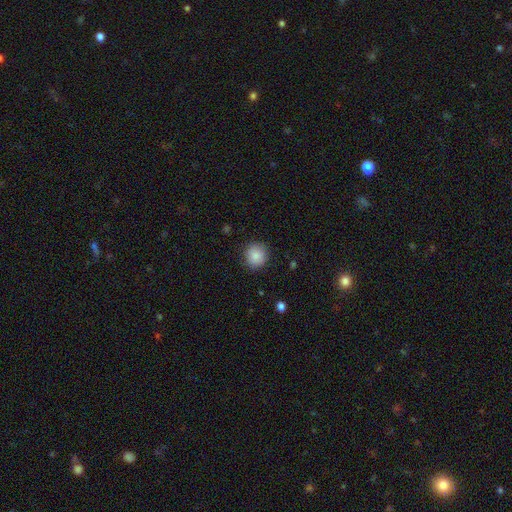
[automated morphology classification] A smooth galaxy with no disk features (87%) that is round (90%).

Vote fractions:
- Smooth or featured? smooth: 87% / star or artifact: 8% / featured or disk: 5%
- How rounded? round: 90% / in between: 9% / cigar-shaped: 1%
- Merging? none: 87% / minor disturbance: 9% / major disturbance: 3% / merger: 1%